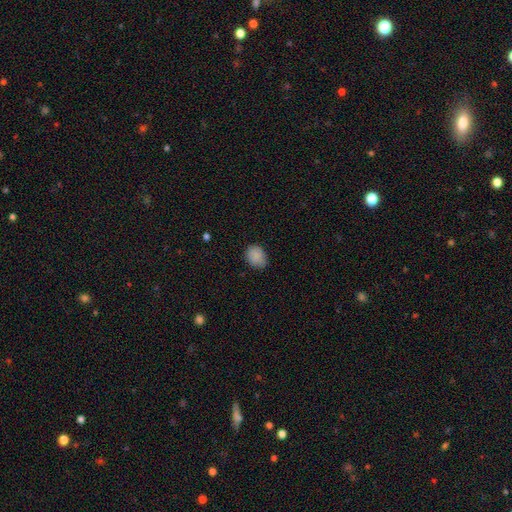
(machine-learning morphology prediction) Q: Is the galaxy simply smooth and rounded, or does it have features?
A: smooth — 87%.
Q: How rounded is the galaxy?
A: round — 50%.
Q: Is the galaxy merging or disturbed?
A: none — 74%.